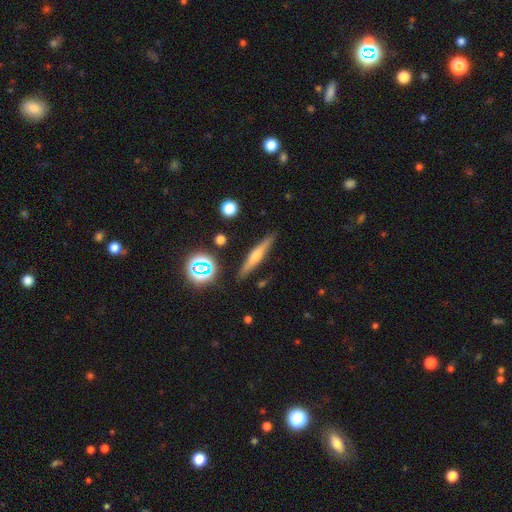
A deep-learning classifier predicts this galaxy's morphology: smooth_or_featured: featured or disk (p=0.51) [alt: smooth p=0.37]
disk_edge_on: yes (p=0.94) [alt: no p=0.06]
merging: none (p=0.88) [alt: minor disturbance p=0.08]